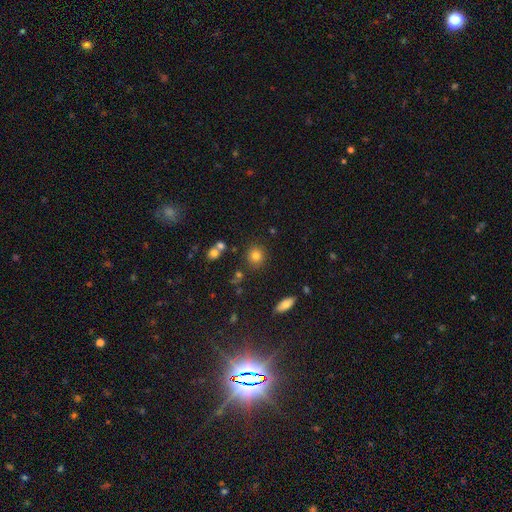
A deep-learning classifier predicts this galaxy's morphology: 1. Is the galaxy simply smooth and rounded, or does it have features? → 80% smooth, 13% star or artifact, 8% featured or disk.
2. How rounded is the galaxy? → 87% round, 12% in between, 1% cigar-shaped.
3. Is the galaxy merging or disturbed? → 84% none, 8% minor disturbance, 5% merger, 3% major disturbance.